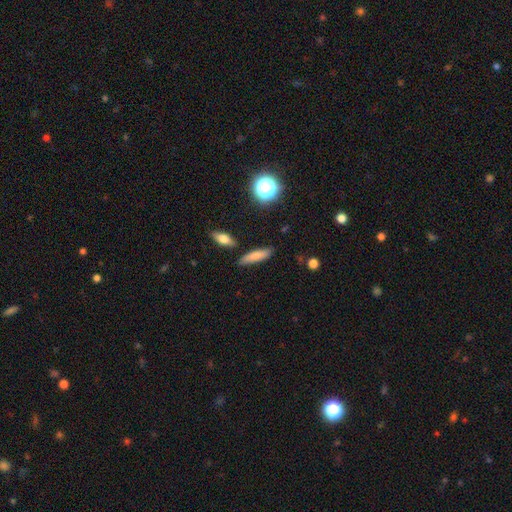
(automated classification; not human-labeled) A smooth galaxy with no disk features (75%) that is cigar-shaped (63%). Merging: none (81%).